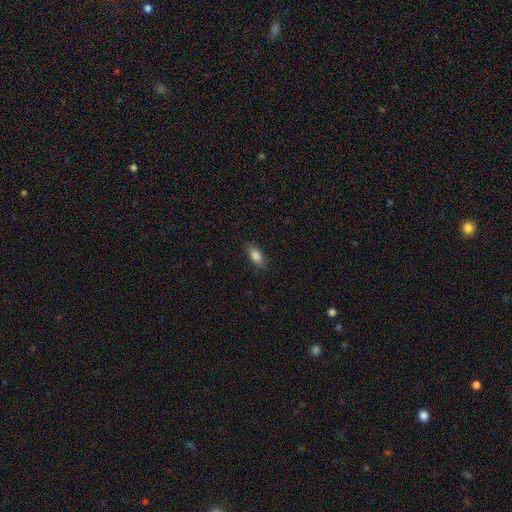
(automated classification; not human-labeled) This appears to be a smooth galaxy with no disk features (84%) that is in between round and cigar-shaped (85%). Merging: none (84%).